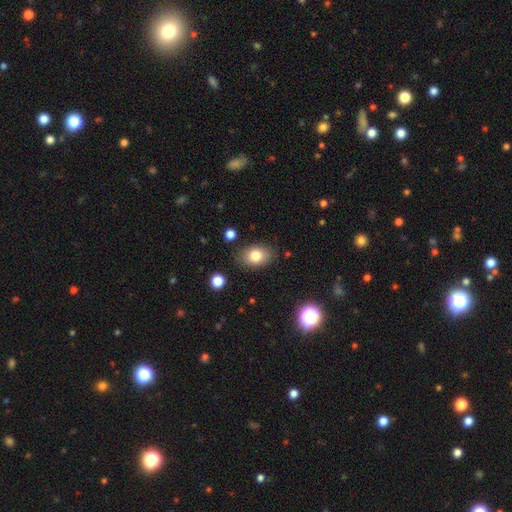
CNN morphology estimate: A smooth galaxy with no disk features (80%) that is in between round and cigar-shaped (77%). Merging: none (83%).